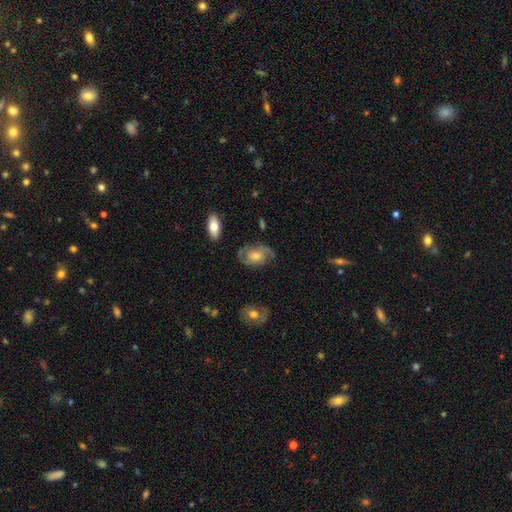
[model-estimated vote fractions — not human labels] Morphology: type=featured or disk (67%); edge-on=no (95%); bar=no (71%); spiral arms=yes (86%); winding=medium (43%); arm count=2 (61%); bulge=moderate (53%); merging=none (68%).